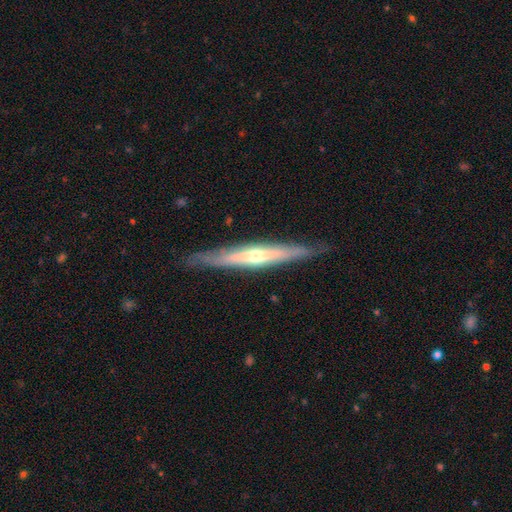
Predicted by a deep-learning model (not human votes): featured or disk 70%, smooth 25%, star or artifact 5%. Down the decision tree: edge-on disk — yes (93%); edge-on bulge — rounded (69%); merging — none (85%).